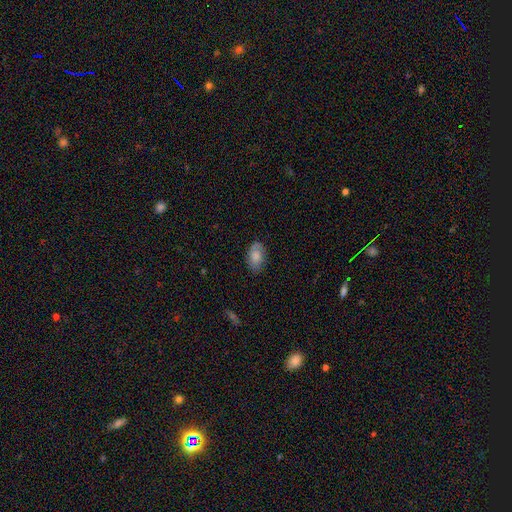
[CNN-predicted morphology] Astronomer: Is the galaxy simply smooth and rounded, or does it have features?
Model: smooth — 67%.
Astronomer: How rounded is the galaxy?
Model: in between — 89%.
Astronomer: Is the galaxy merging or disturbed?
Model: none — 75%.